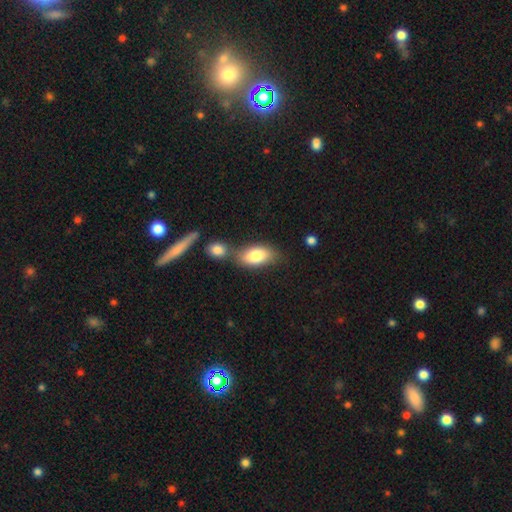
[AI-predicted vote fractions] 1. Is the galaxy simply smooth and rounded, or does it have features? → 79% smooth, 14% featured or disk, 7% star or artifact.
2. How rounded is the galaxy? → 89% in between, 5% round, 5% cigar-shaped.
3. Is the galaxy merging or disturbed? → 52% none, 30% merger, 14% minor disturbance, 5% major disturbance.